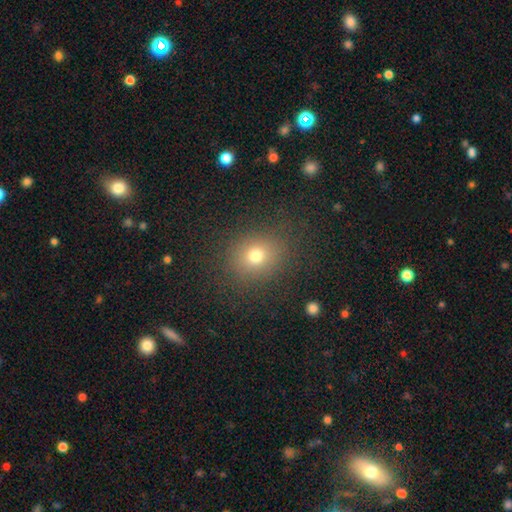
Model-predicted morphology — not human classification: Smooth or featured? Predicted: smooth (p=0.74). How rounded? Predicted: round (p=0.72). Merging? Predicted: none (p=0.85).